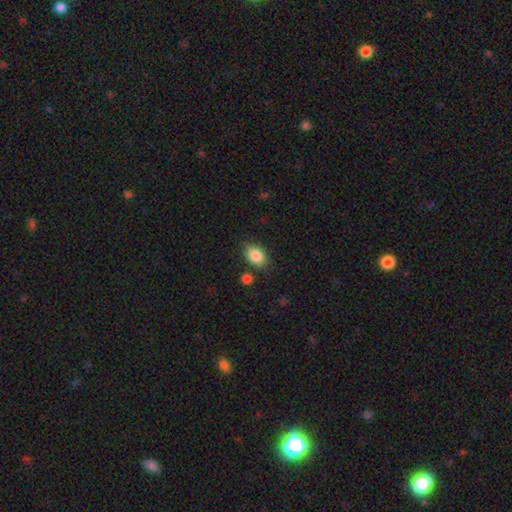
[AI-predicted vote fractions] Morphology: type=smooth (85%); roundness=in between (82%); merging=none (78%).